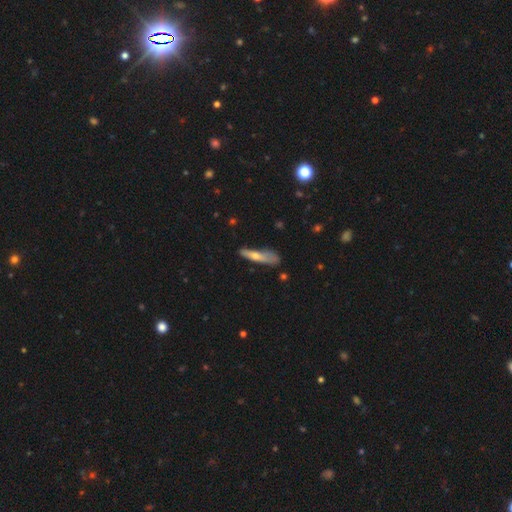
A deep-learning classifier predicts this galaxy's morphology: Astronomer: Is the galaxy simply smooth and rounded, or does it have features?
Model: smooth — 59% (runner-up: featured or disk, 34%).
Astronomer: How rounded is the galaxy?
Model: cigar-shaped — 84%.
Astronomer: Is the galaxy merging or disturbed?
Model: none — 59%.